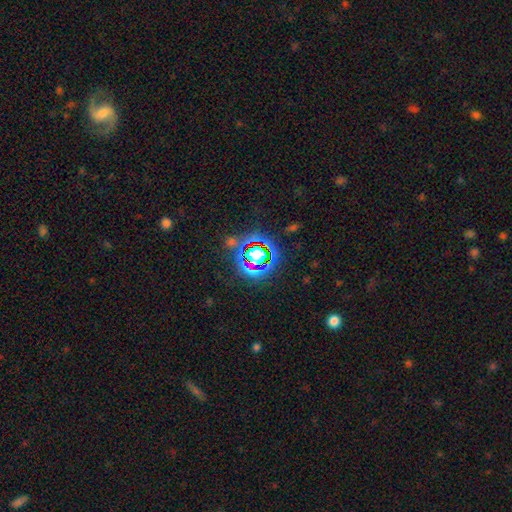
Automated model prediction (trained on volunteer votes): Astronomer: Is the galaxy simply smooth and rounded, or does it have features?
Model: star or artifact — 69%.